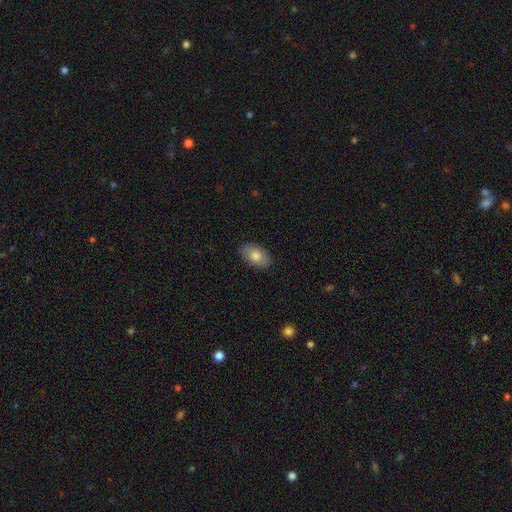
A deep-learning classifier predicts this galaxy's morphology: A smooth galaxy with no disk features (79%) that is in between round and cigar-shaped (92%). Merging: none (88%).